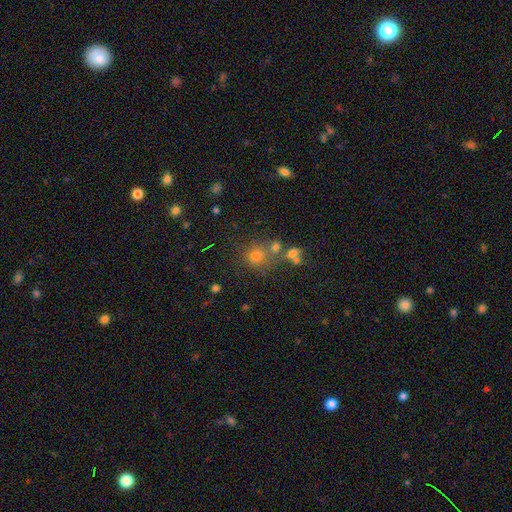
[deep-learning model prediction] Morphology: type=smooth (64%); roundness=round (82%); merging=none (56%).